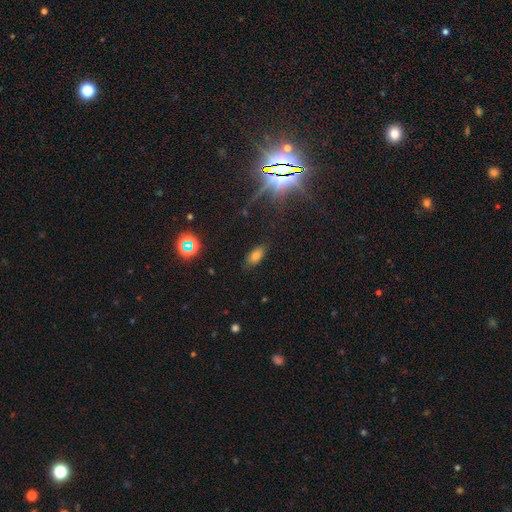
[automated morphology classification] Q: Smooth or featured?
A: smooth (71%); runner-up: star or artifact (19%)
Q: How rounded?
A: in between (88%); runner-up: cigar-shaped (7%)
Q: Merging?
A: none (83%); runner-up: minor disturbance (13%)